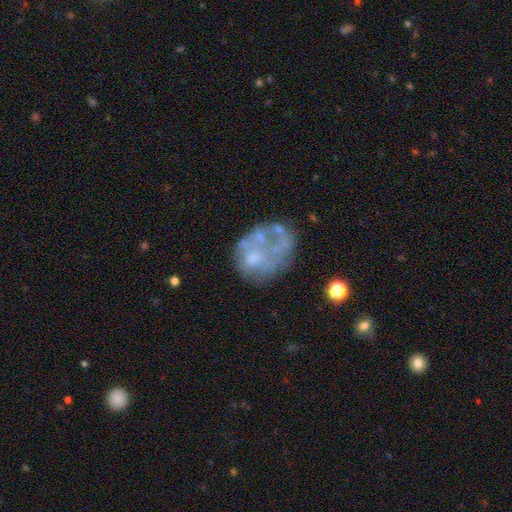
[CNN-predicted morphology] Q: Smooth or featured?
A: featured or disk (55%); runner-up: smooth (34%)
Q: Edge-on disk?
A: no (98%); runner-up: yes (2%)
Q: Bar?
A: no (92%); runner-up: weak (7%)
Q: Spiral arms?
A: no (92%); runner-up: yes (8%)
Q: Bulge size?
A: none (53%); runner-up: moderate (26%)
Q: Merging?
A: none (39%); runner-up: major disturbance (27%)